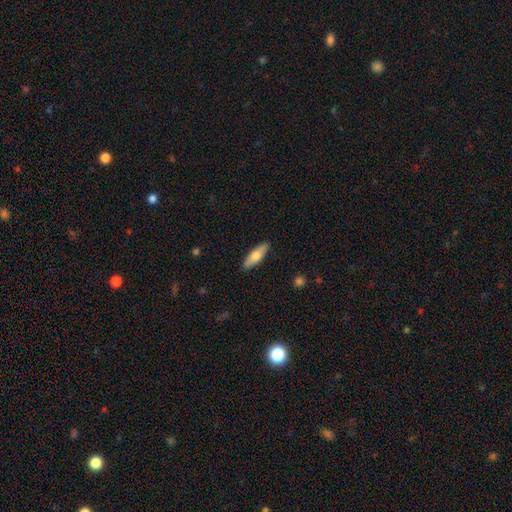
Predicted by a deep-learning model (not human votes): Smooth or featured: smooth — 68% (featured or disk — 26%)
How rounded: in between — 50% (cigar-shaped — 47%)
Merging: none — 89% (minor disturbance — 8%)